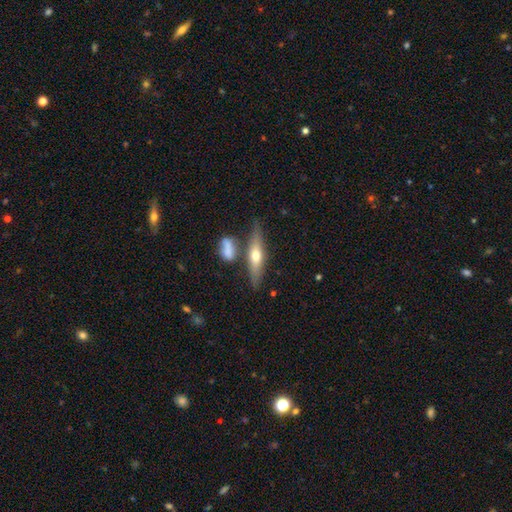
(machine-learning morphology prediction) featured or disk 51%, smooth 42%, star or artifact 6%. Down the decision tree: edge-on disk — yes (86%); merging — none (71%).